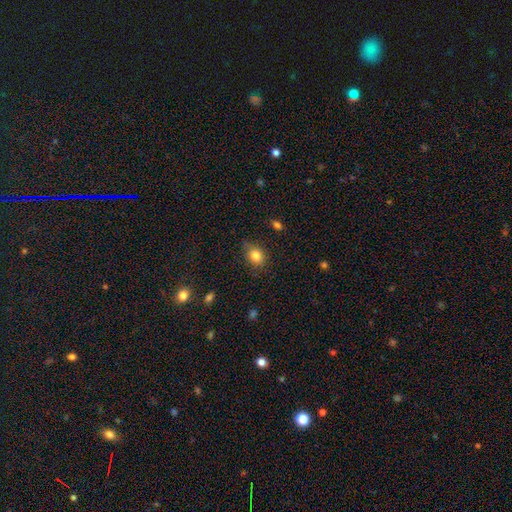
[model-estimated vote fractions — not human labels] This is clearly a smooth galaxy (83%). How rounded: possibly in between (50%). Merging: likely none (73%).